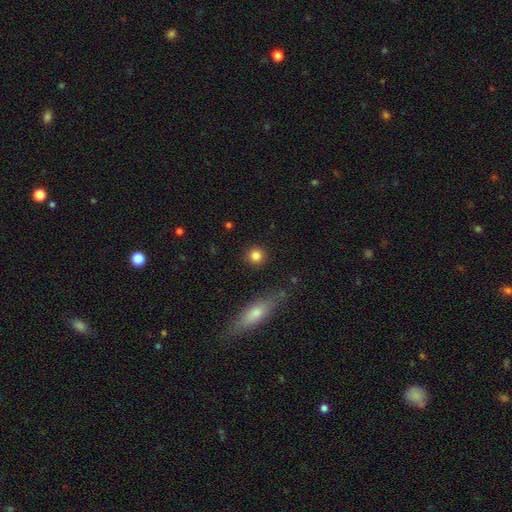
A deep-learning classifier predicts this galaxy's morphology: A smooth galaxy with no disk features (84%) that is round (92%). Merging: none (89%).